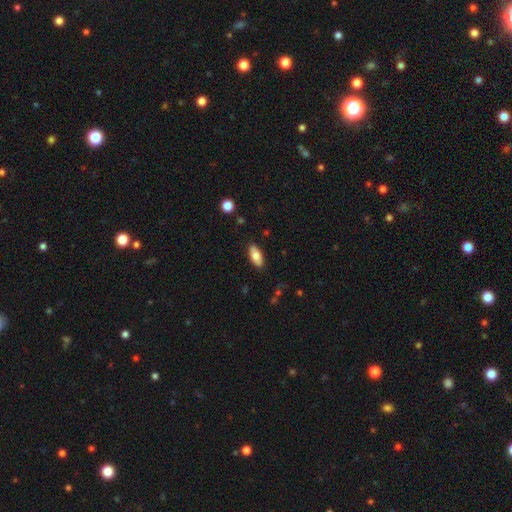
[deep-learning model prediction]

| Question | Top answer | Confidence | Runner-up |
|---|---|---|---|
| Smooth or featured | smooth | 79% | featured or disk (14%) |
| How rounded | in between | 85% | cigar-shaped (13%) |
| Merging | none | 87% | minor disturbance (10%) |